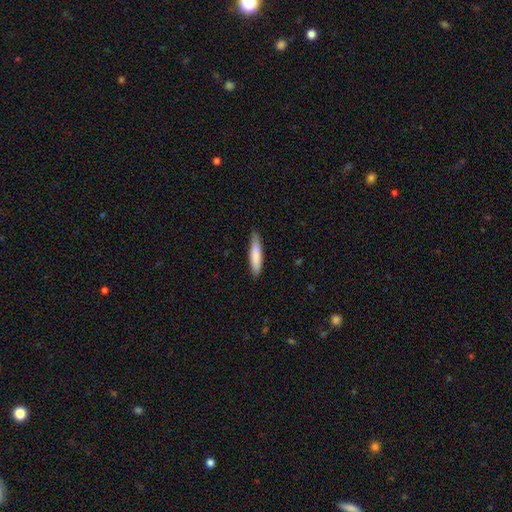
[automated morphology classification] smooth 82%, featured or disk 13%, star or artifact 5%. Down the decision tree: how rounded — cigar-shaped (82%); merging — none (83%).